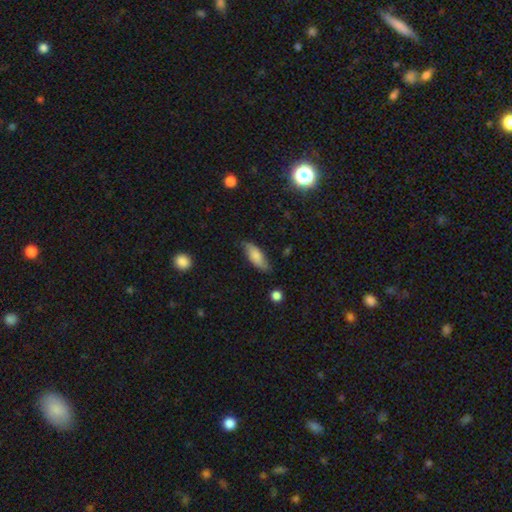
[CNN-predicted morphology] smooth 73%, featured or disk 20%, star or artifact 7%. Down the decision tree: how rounded — in between (76%); merging — none (70%).